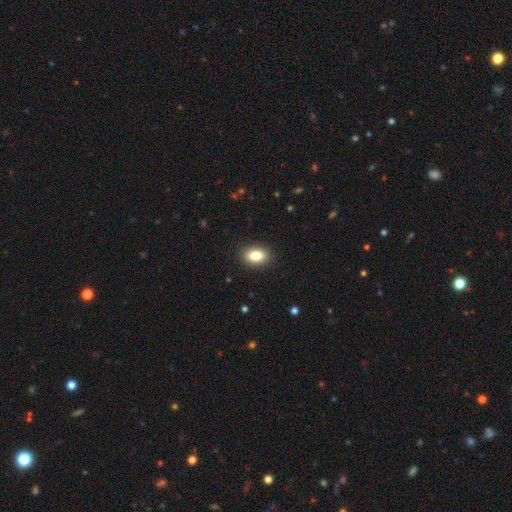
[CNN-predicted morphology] smooth 83%, featured or disk 9%, star or artifact 9%. Down the decision tree: how rounded — in between (85%); merging — none (89%).